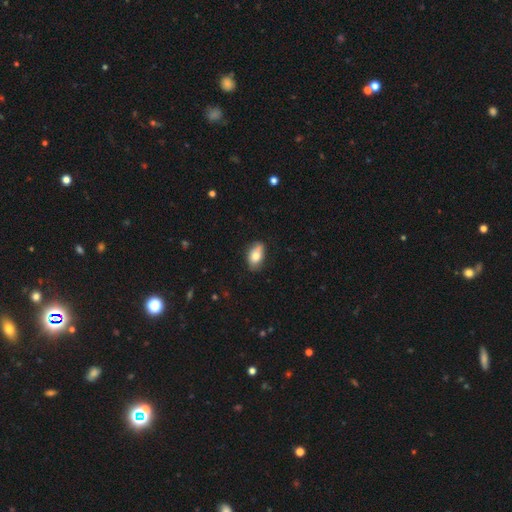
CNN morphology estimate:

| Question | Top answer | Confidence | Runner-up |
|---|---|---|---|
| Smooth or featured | smooth | 78% | featured or disk (15%) |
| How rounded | in between | 91% | round (6%) |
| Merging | none | 70% | minor disturbance (24%) |